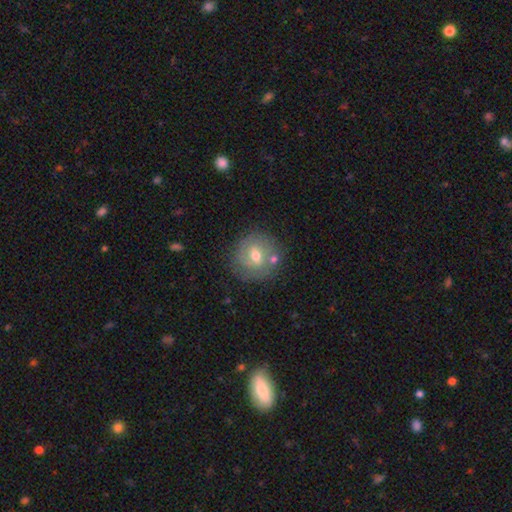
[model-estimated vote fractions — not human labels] Smooth or featured? Predicted: smooth (p=0.50). How rounded? Predicted: round (p=0.85). Merging? Predicted: none (p=0.72).